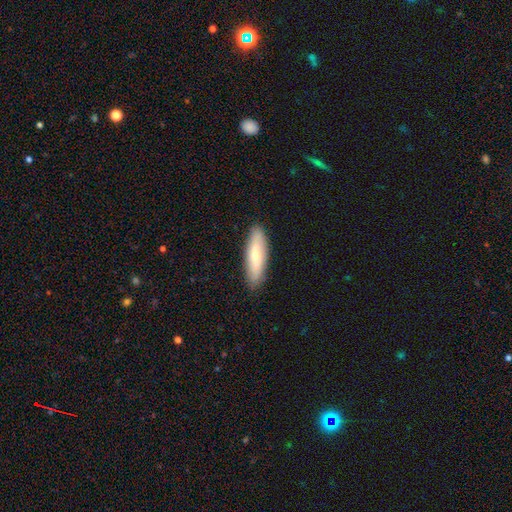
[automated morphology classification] Smooth or featured? smooth (63%)
How rounded? cigar-shaped (58%)
Merging? none (88%)